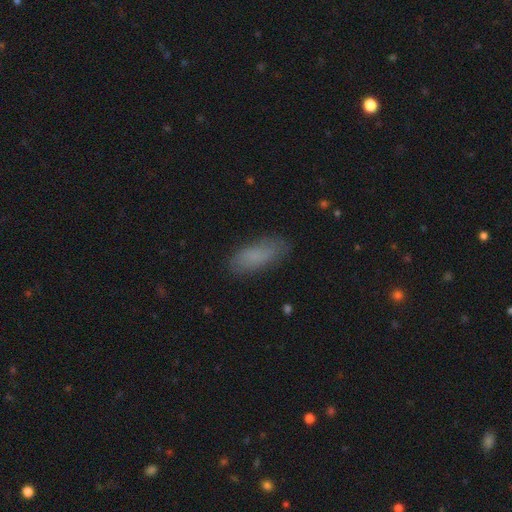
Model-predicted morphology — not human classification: This appears to be a smooth galaxy with no disk features (82%) that is in between round and cigar-shaped (71%). Merging: none (81%).